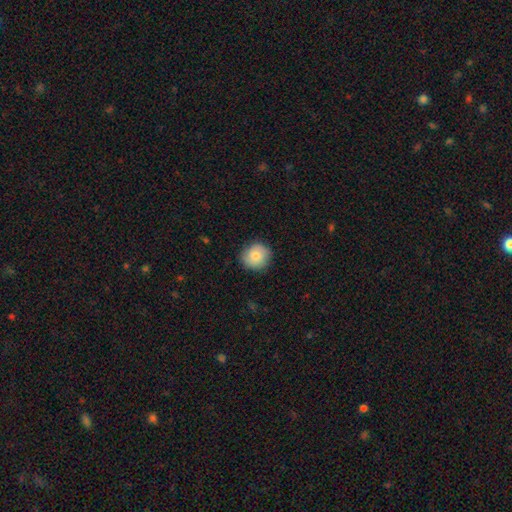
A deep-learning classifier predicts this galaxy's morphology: Smooth or featured? Predicted: smooth (p=0.81). How rounded? Predicted: round (p=0.88). Merging? Predicted: none (p=0.85).